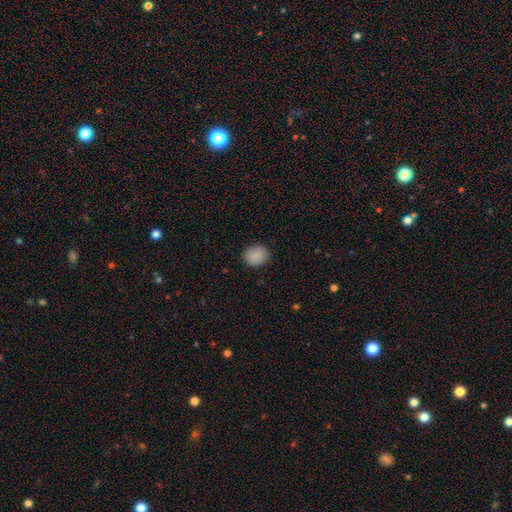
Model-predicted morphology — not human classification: smooth 88%, star or artifact 8%, featured or disk 3%. Down the decision tree: how rounded — round (62%); merging — none (89%).